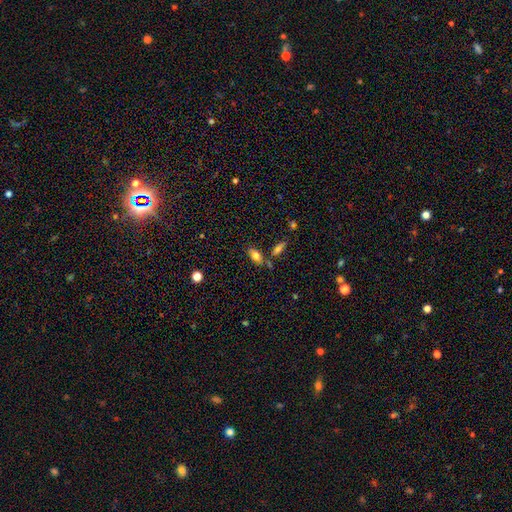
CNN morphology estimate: Smooth or featured? smooth (76%)
How rounded? in between (86%)
Merging? none (66%)